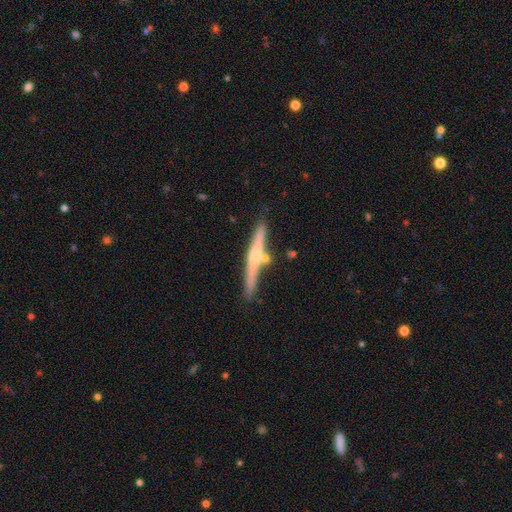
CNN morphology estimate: smooth-or-featured: featured or disk: 60% | smooth: 34% | star or artifact: 6%
  disk-edge-on: yes: 96% | no: 4%
    edge-on-bulge: rounded: 61% | none: 29% | boxy: 10%
  merging: none: 75% | minor disturbance: 13% | merger: 10% | major disturbance: 3%